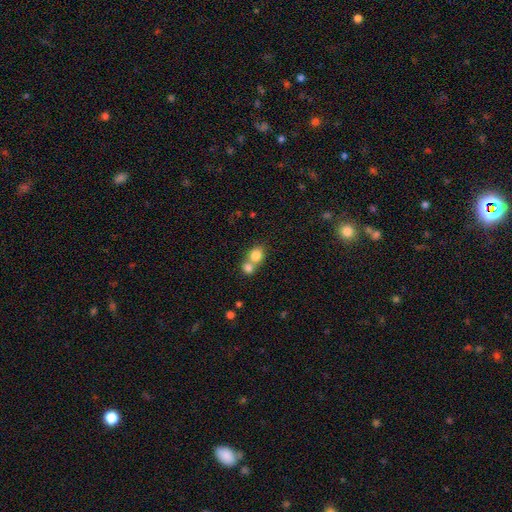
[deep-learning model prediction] Q: Smooth or featured?
A: smooth (80%); runner-up: featured or disk (10%)
Q: How rounded?
A: round (68%); runner-up: in between (31%)
Q: Merging?
A: merger (59%); runner-up: none (33%)